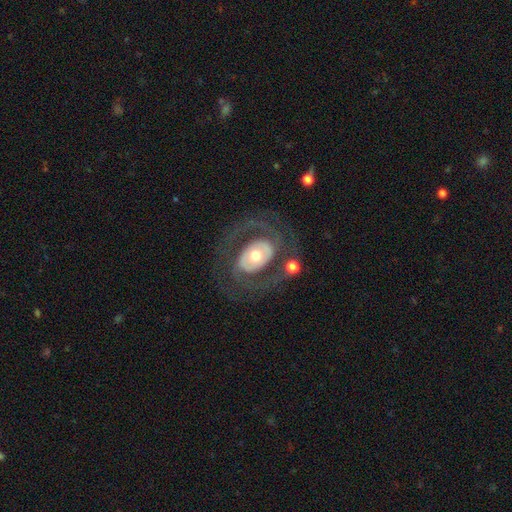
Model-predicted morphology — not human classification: This appears to be a featured or disk galaxy (77%) with no bar (66%), 2 (73%) medium (42%) spiral arms (71%) and a moderate central bulge (69%). Merging: none (64%).